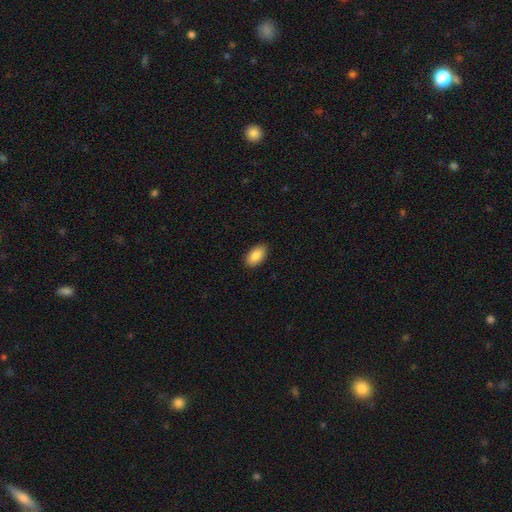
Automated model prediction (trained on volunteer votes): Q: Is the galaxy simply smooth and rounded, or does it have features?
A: smooth — 88%.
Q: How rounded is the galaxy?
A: in between — 94%.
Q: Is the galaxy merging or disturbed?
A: none — 90%.